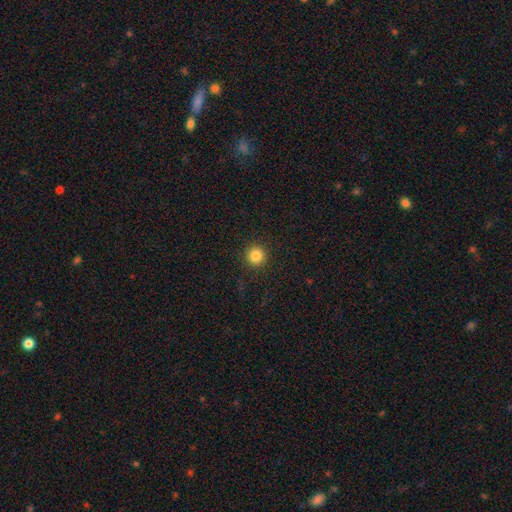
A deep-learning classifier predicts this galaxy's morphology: smooth_or_featured: smooth (p=0.84) [alt: star or artifact p=0.11]
how_rounded: round (p=0.95) [alt: in between p=0.04]
merging: none (p=0.92) [alt: minor disturbance p=0.05]